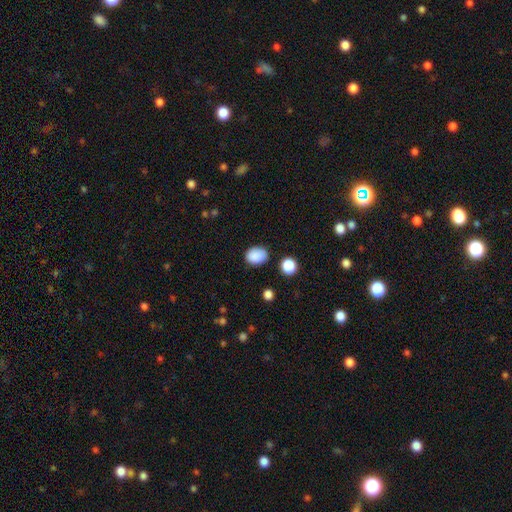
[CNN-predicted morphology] The model was most divided on "how rounded": in between: 69%, round: 30%, cigar-shaped: 1%. More confident: smooth or featured — smooth (88%); merging — none (80%).